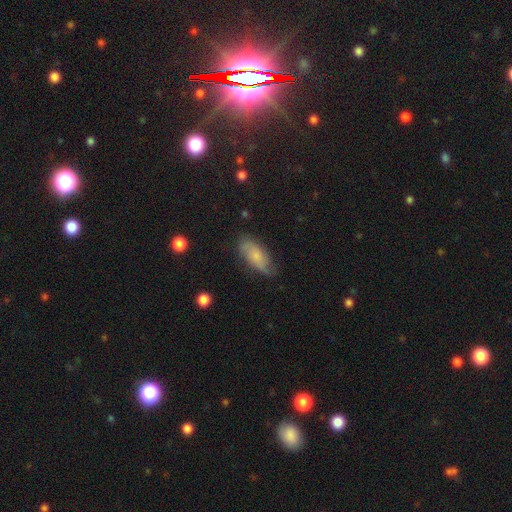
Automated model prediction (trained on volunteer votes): smooth 52%, featured or disk 40%, star or artifact 8%. Down the decision tree: how rounded — in between (82%); merging — none (72%).